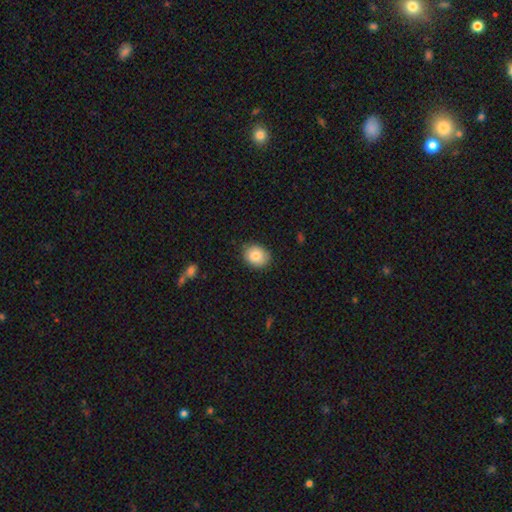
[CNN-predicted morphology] A smooth galaxy with no disk features (84%) that is round (57%). Merging: none (83%).